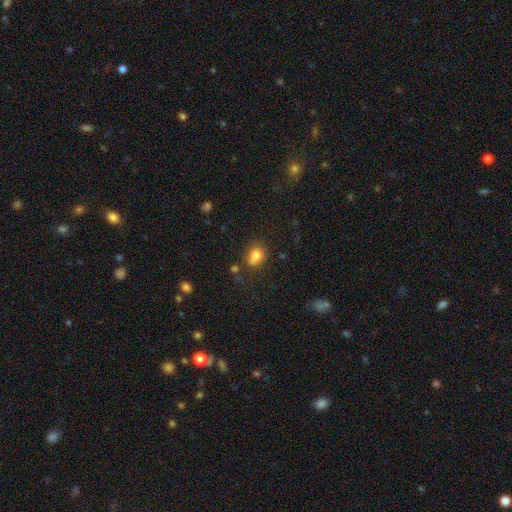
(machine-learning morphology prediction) smooth_or_featured: smooth (p=0.78) [alt: star or artifact p=0.12]
how_rounded: round (p=0.59) [alt: in between p=0.40]
merging: none (p=0.52) [alt: merger p=0.24]